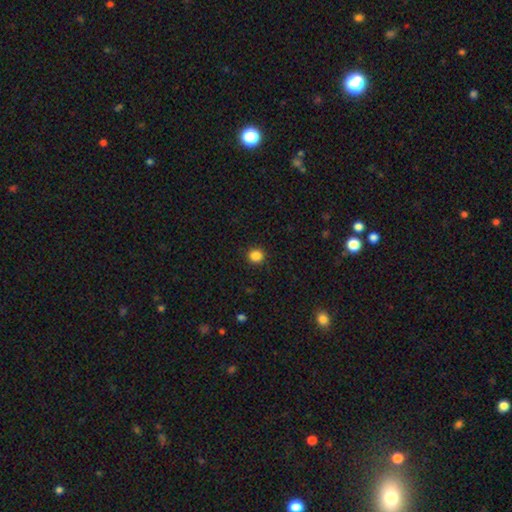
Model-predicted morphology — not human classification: Smooth or featured? smooth (86%)
How rounded? round (93%)
Merging? none (92%)